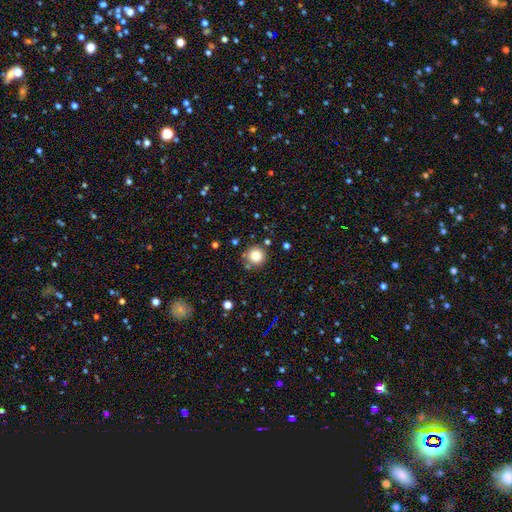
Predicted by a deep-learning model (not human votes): Q: Smooth or featured?
A: smooth (82%); runner-up: star or artifact (11%)
Q: How rounded?
A: round (95%); runner-up: in between (4%)
Q: Merging?
A: none (83%); runner-up: minor disturbance (9%)